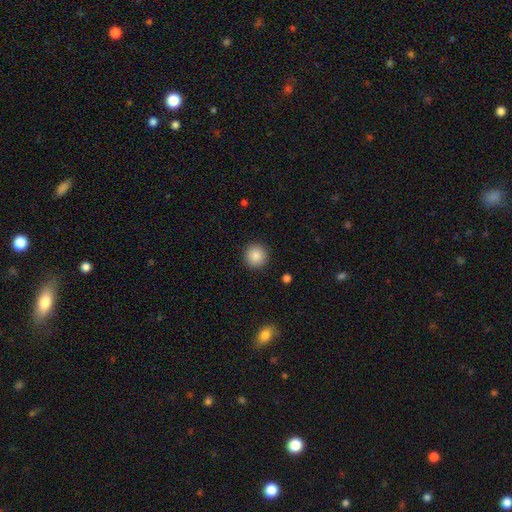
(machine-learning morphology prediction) Overall: smooth (87%). How rounded: round (95%). Merging: none (92%).